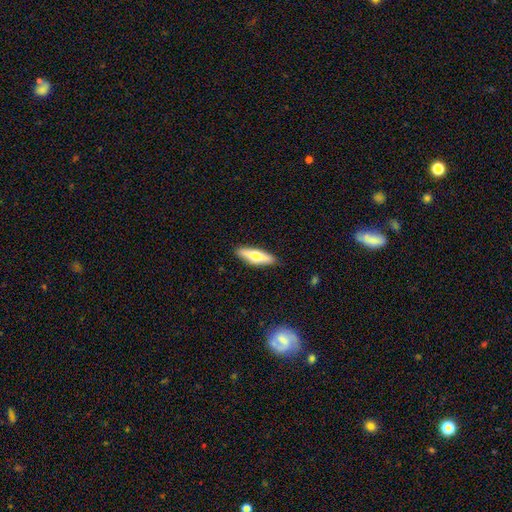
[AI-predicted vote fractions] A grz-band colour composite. It shows a smooth galaxy with no disk features (61%) that is cigar-shaped (57%). Merging: none (89%).